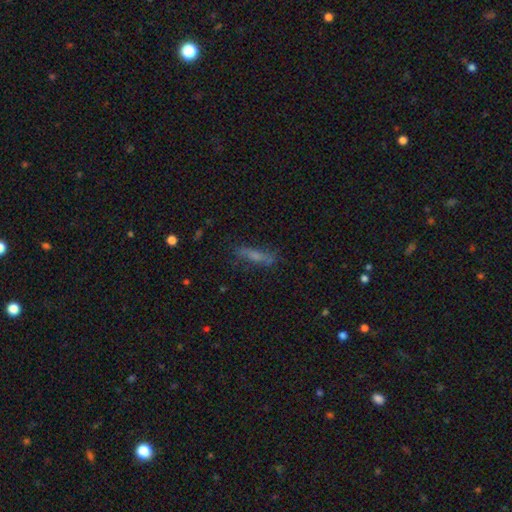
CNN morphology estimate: This is possibly a smooth galaxy (56%). How rounded: likely cigar-shaped (77%). Merging: likely none (71%).